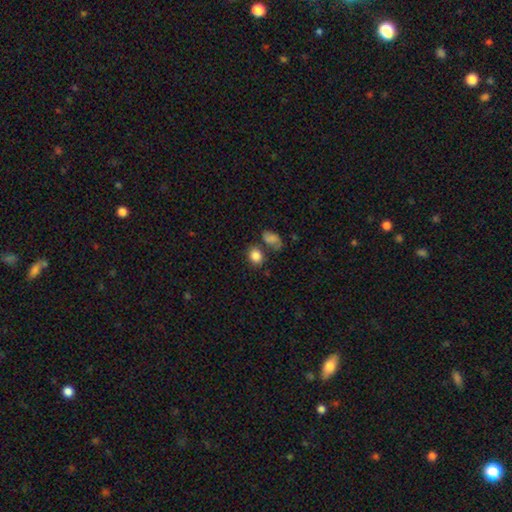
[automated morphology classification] Q: Smooth or featured?
A: smooth (84%); runner-up: star or artifact (10%)
Q: How rounded?
A: round (56%); runner-up: in between (43%)
Q: Merging?
A: none (63%); runner-up: merger (17%)